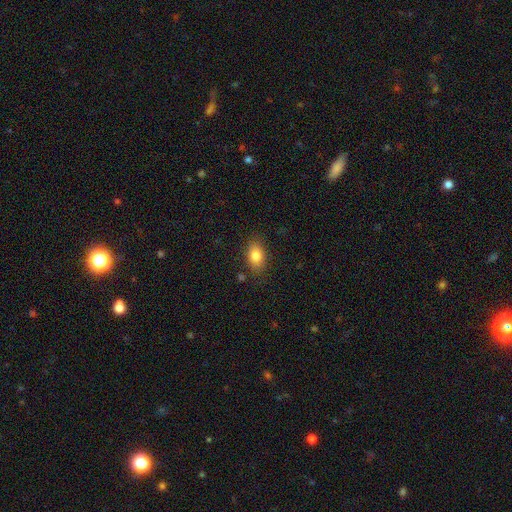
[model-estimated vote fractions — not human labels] This appears to be a smooth galaxy with no disk features (82%) that is in between round and cigar-shaped (84%). Merging: none (83%).